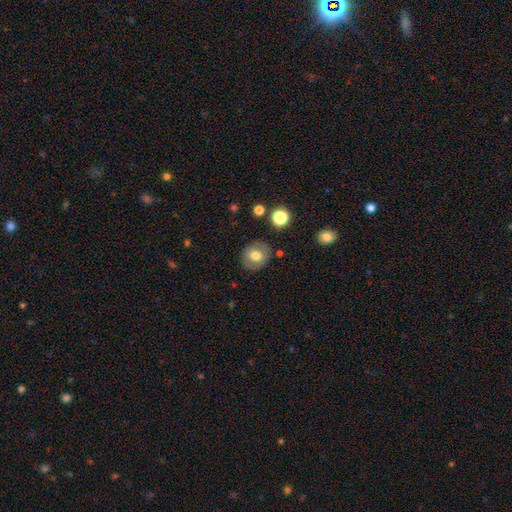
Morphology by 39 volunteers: Q: Smooth or featured?
A: smooth (54%); runner-up: featured or disk (38%)
Q: How rounded?
A: round (81%); runner-up: in between (19%)
Q: Merging?
A: none (92%); runner-up: minor disturbance (6%)